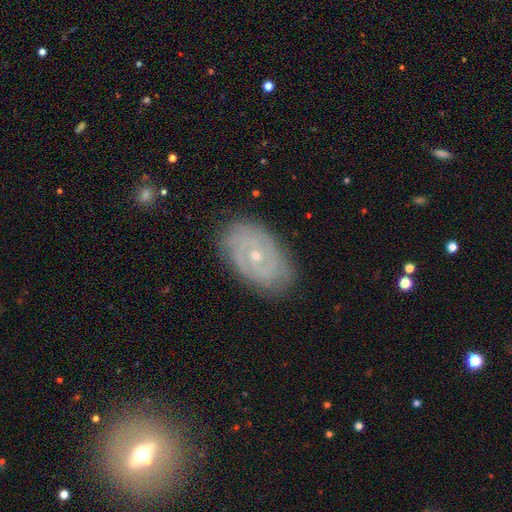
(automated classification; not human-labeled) Overall: featured or disk (80%). Edge-on disk: no (95%). Bar: no (72%). Spiral arms: yes (89%). Spiral arm count: 2 (41%; can't tell 33%). Spiral winding: tight (71%). Bulge size: small (69%). Merging: none (83%).